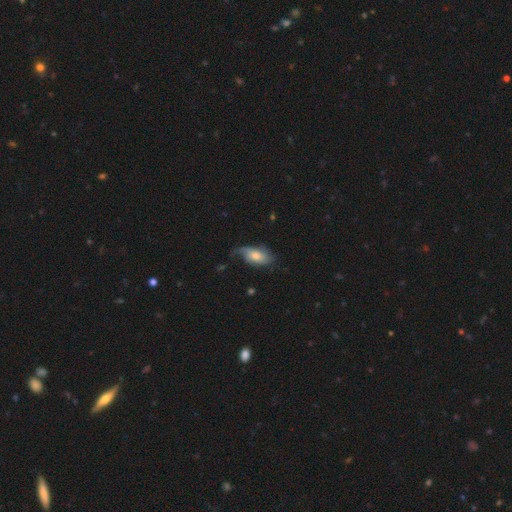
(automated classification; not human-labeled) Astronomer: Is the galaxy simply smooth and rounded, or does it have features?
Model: smooth — 53% (runner-up: featured or disk, 41%).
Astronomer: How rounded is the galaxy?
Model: in between — 90%.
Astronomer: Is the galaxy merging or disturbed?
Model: none — 42% (runner-up: minor disturbance, 34%).